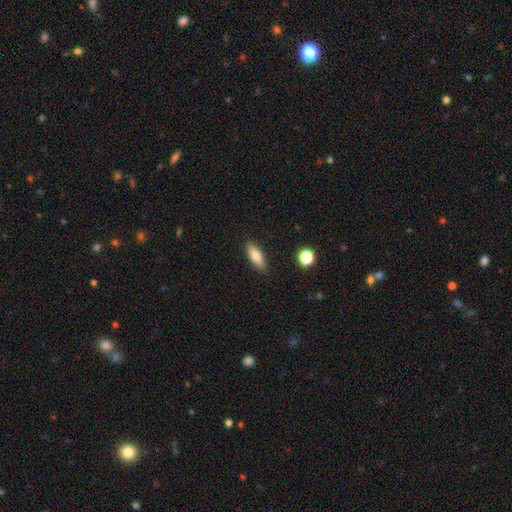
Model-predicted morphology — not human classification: Smooth or featured? smooth (77%)
How rounded? in between (66%)
Merging? none (86%)